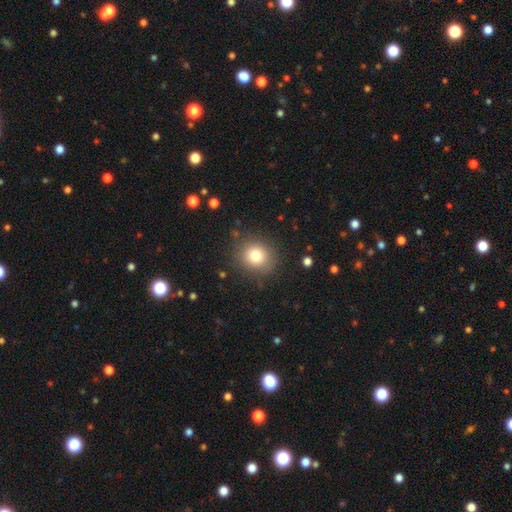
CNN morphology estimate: Smooth or featured? smooth (80%)
How rounded? round (83%)
Merging? none (86%)